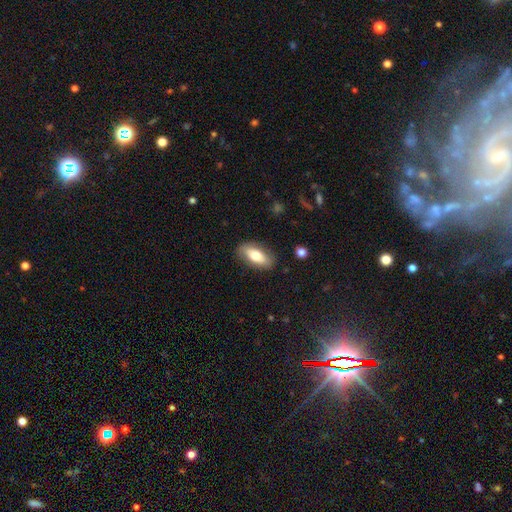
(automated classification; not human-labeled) smooth_or_featured: smooth (p=0.67) [alt: featured or disk p=0.27]
how_rounded: in between (p=0.83) [alt: cigar-shaped p=0.13]
merging: none (p=0.84) [alt: minor disturbance p=0.12]